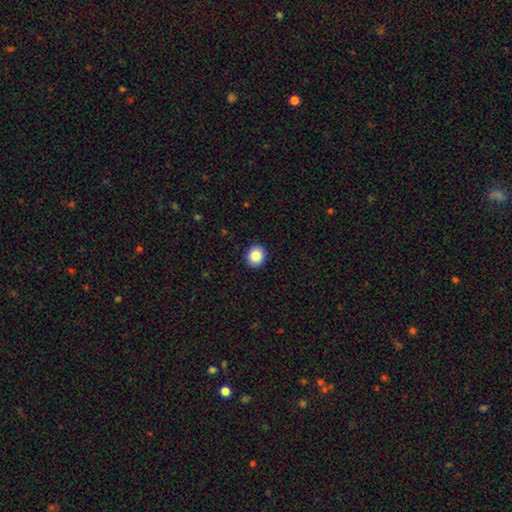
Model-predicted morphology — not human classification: A smooth galaxy with no disk features (86%) that is round (77%).

Vote fractions:
- Smooth or featured? smooth: 86% / star or artifact: 9% / featured or disk: 5%
- How rounded? round: 77% / in between: 22% / cigar-shaped: 1%
- Merging? none: 92% / minor disturbance: 5% / major disturbance: 2% / merger: 1%